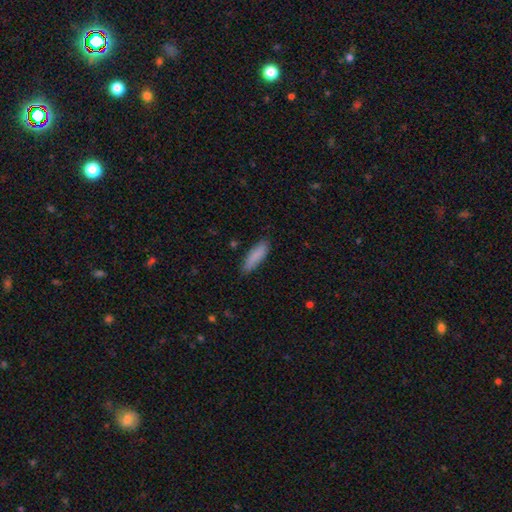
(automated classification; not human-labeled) Overall: smooth (86%). How rounded: cigar-shaped (55%; in between 43%). Merging: none (79%).